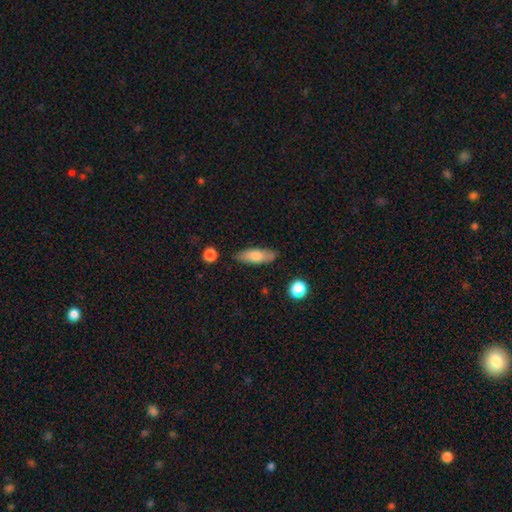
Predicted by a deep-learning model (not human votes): Morphology: type=smooth (75%); roundness=in between (61%); merging=none (82%).